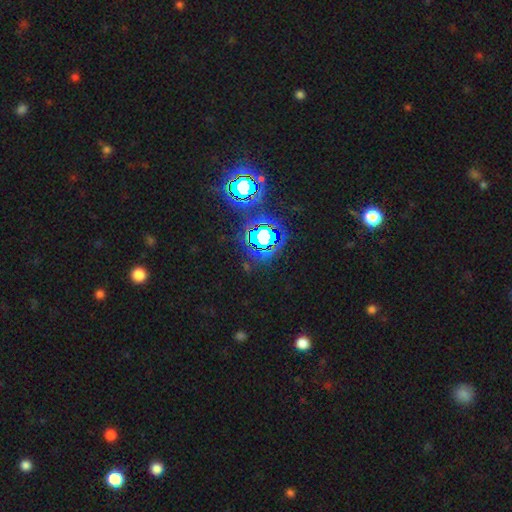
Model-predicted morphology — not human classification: A star or artifact, not a galaxy (82%).

Vote fractions:
- Smooth or featured? star or artifact: 82% / smooth: 11% / featured or disk: 7%